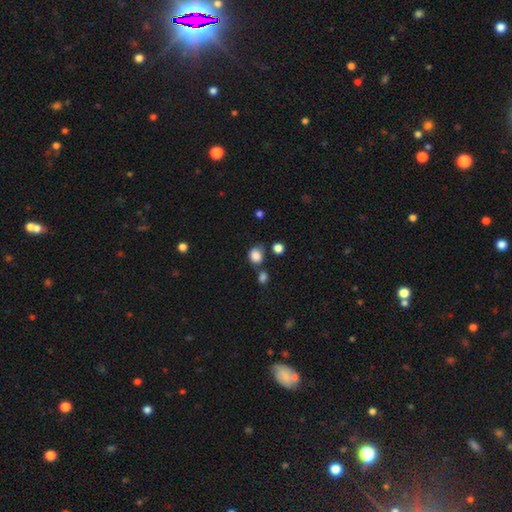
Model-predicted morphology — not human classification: Smooth or featured? smooth (84%)
How rounded? round (62%)
Merging? none (58%)